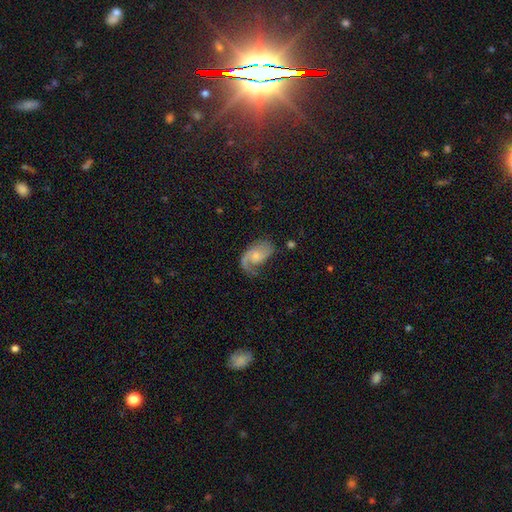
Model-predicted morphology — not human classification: This is likely a featured or disk galaxy (73%). It is clearly not viewed edge-on (97%). Bar: likely no (66%). Spiral arm pattern: clearly yes (93%). Spiral arm count: possibly 2 (52%). Spiral winding: marginally loose (40%, tied with medium). Central bulge: possibly small (52%). Merging: possibly none (48%).